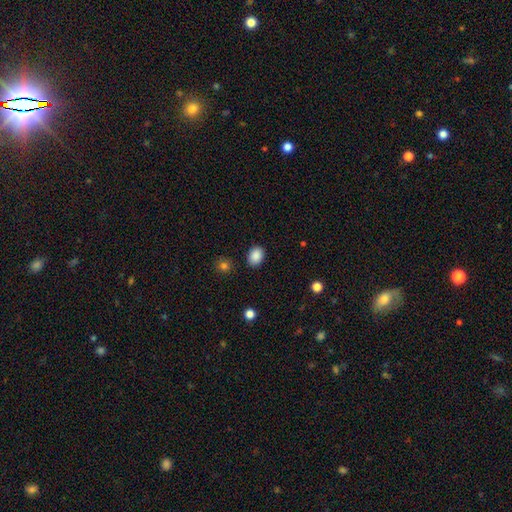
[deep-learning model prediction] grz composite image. It shows a smooth galaxy with no disk features (88%) that is in between round and cigar-shaped (69%). Merging: none (88%).